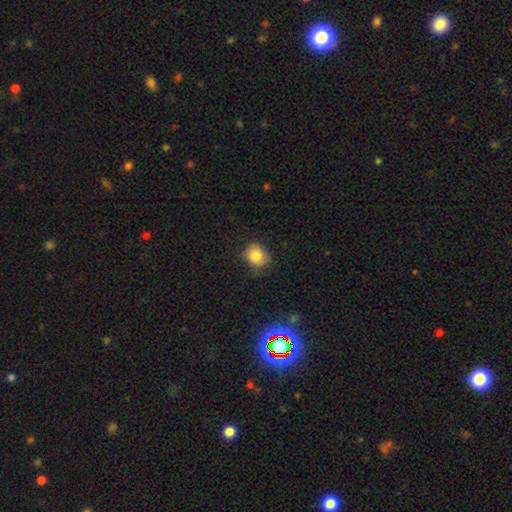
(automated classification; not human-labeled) smooth_or_featured: smooth (p=0.84) [alt: star or artifact p=0.10]
how_rounded: round (p=0.74) [alt: in between p=0.25]
merging: none (p=0.71) [alt: minor disturbance p=0.22]